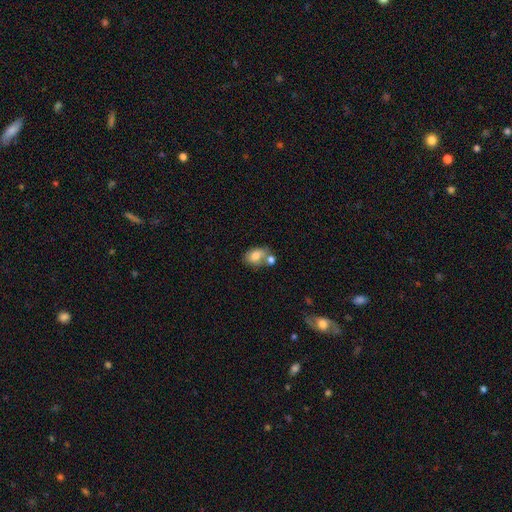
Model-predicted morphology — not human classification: Smooth or featured? smooth (76%)
How rounded? in between (77%)
Merging? none (41%)